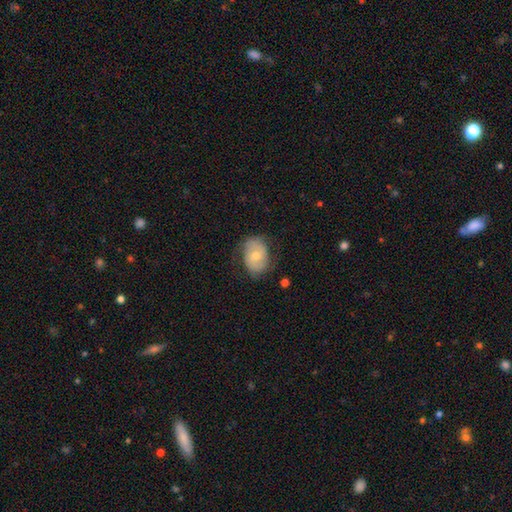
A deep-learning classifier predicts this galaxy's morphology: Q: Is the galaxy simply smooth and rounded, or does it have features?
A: smooth — 51%.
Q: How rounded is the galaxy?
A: in between — 68%.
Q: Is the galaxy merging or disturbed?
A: none — 66%.